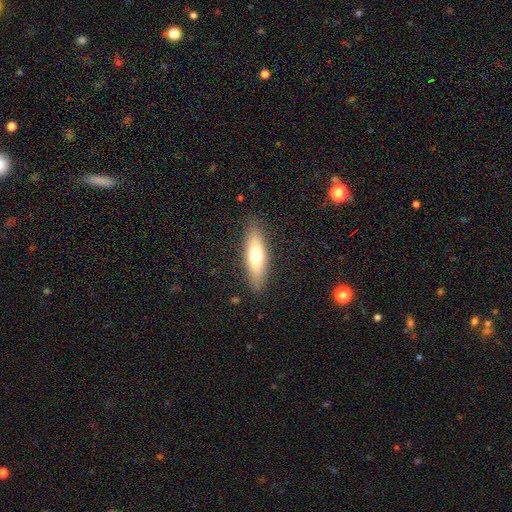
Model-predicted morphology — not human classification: The model was most divided on "how rounded": cigar-shaped: 55%, in between: 43%, round: 2%. More confident: merging — none (86%); smooth or featured — smooth (64%).